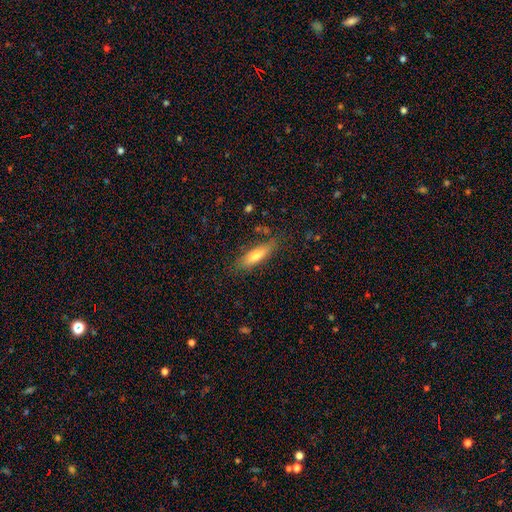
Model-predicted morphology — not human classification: Smooth or featured? Predicted: smooth (p=0.70). How rounded? Predicted: cigar-shaped (p=0.54). Merging? Predicted: none (p=0.80).